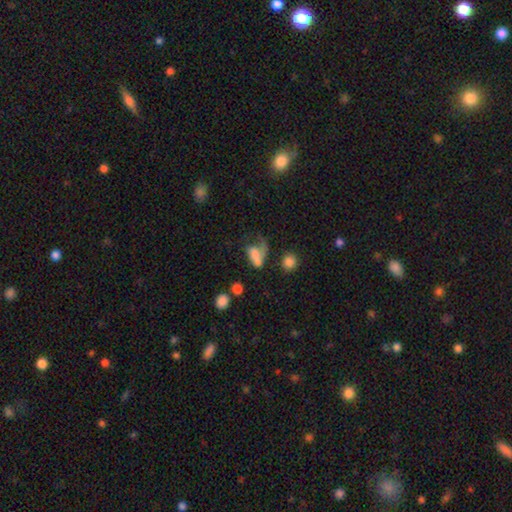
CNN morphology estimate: A smooth galaxy with no disk features (53%) that is in between round and cigar-shaped (76%).

Vote fractions:
- Smooth or featured? smooth: 53% / featured or disk: 35% / star or artifact: 12%
- How rounded? in between: 76% / round: 20% / cigar-shaped: 4%
- Merging? major disturbance: 39% / merger: 26% / none: 21% / minor disturbance: 15%